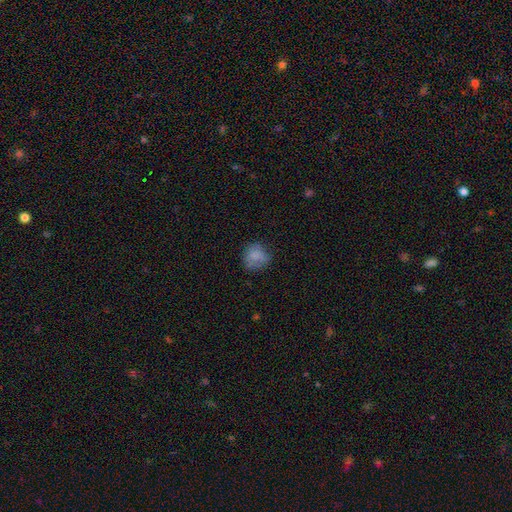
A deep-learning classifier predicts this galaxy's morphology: A smooth galaxy with no disk features (78%) that is round (76%).

Vote fractions:
- Smooth or featured? smooth: 78% / featured or disk: 11% / star or artifact: 11%
- How rounded? round: 76% / in between: 23% / cigar-shaped: 1%
- Merging? none: 64% / minor disturbance: 24% / major disturbance: 10% / merger: 2%